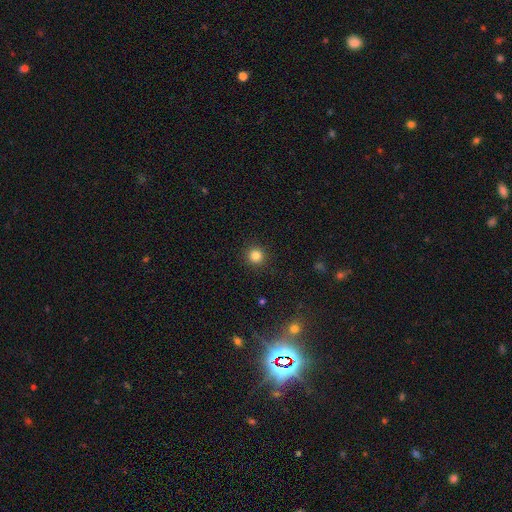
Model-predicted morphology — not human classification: smooth_or_featured: smooth (p=0.84) [alt: star or artifact p=0.12]
how_rounded: round (p=0.95) [alt: in between p=0.04]
merging: none (p=0.92) [alt: minor disturbance p=0.05]